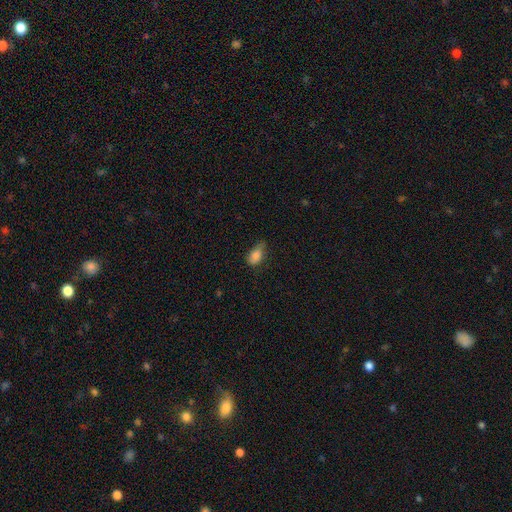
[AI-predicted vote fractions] smooth-or-featured: smooth: 82% | featured or disk: 9% | star or artifact: 8%
  how-rounded: in between: 87% | round: 8% | cigar-shaped: 5%
  merging: none: 46% | minor disturbance: 41% | major disturbance: 11% | merger: 2%